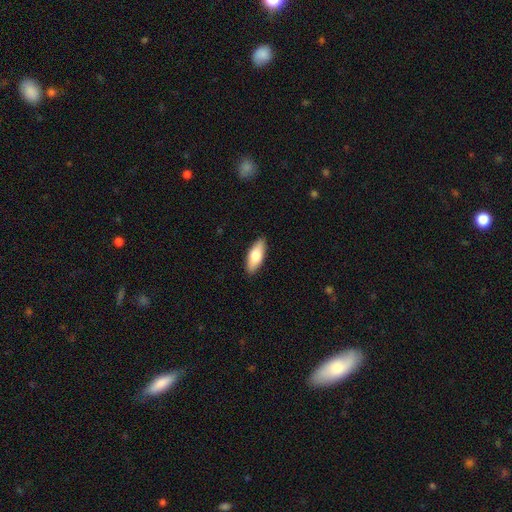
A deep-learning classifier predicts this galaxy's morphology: This appears to be a smooth galaxy with no disk features (76%) that is in between round and cigar-shaped (76%). Merging: none (89%).